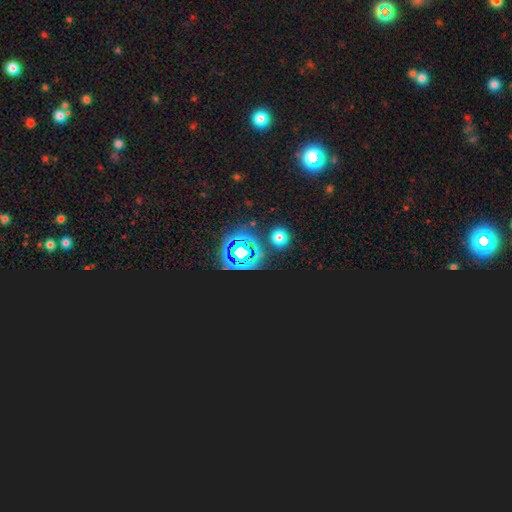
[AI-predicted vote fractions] This appears to be a star or artifact, not a galaxy (81%).